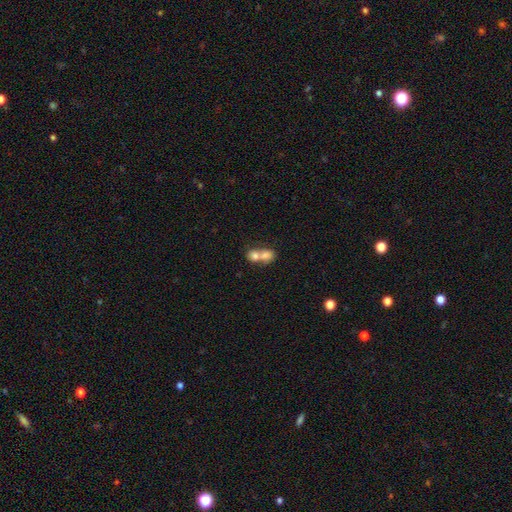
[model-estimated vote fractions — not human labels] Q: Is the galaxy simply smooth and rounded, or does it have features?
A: smooth — 72%.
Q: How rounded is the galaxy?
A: in between — 51%.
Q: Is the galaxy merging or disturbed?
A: merger — 75%.